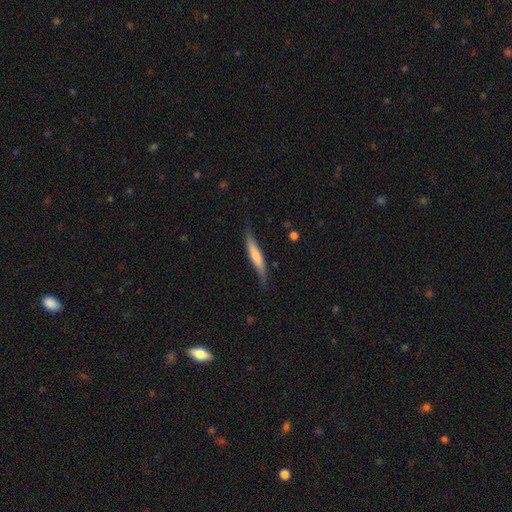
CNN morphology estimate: type=smooth (61%); roundness=cigar-shaped (91%); merging=none (76%).